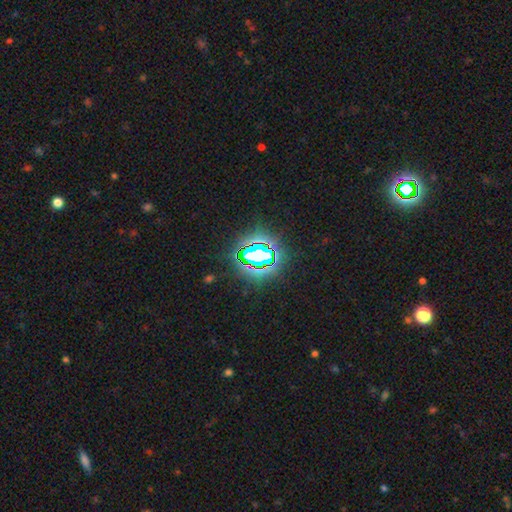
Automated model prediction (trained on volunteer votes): Smooth or featured? star or artifact (82%)